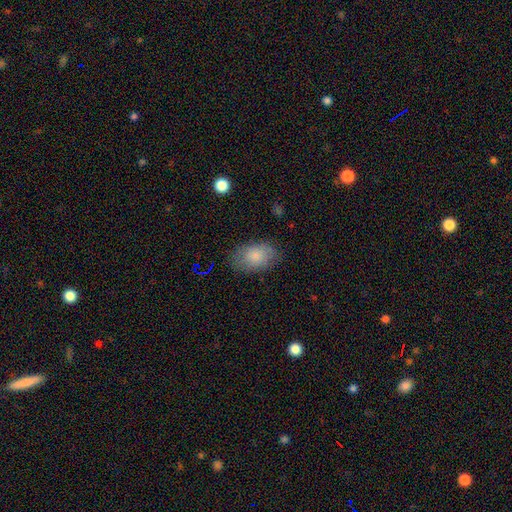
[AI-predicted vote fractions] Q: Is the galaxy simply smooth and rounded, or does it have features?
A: smooth — 83%.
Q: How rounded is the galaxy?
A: in between — 90%.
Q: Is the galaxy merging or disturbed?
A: none — 78%.